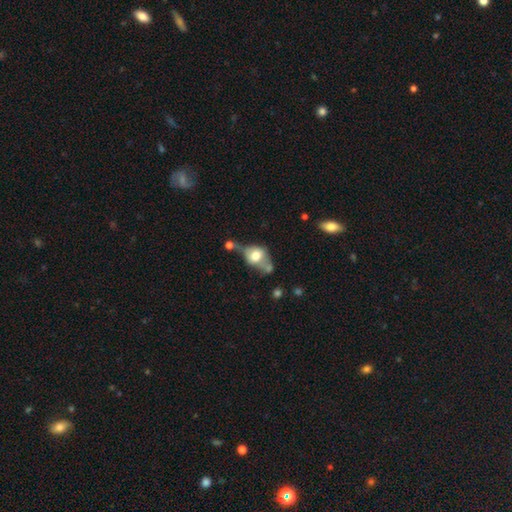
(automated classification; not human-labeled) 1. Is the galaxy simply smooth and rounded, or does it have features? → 61% smooth, 29% featured or disk, 9% star or artifact.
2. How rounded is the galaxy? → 58% in between, 39% round, 3% cigar-shaped.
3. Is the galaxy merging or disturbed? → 35% merger, 29% none, 20% minor disturbance, 17% major disturbance.